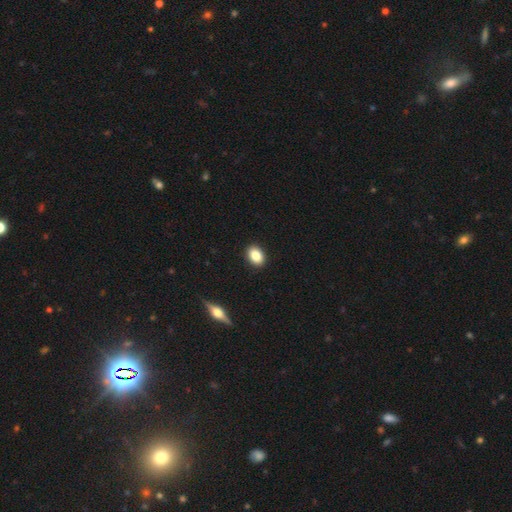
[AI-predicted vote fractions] smooth 86%, star or artifact 8%, featured or disk 6%. Down the decision tree: how rounded — in between (74%); merging — none (91%).